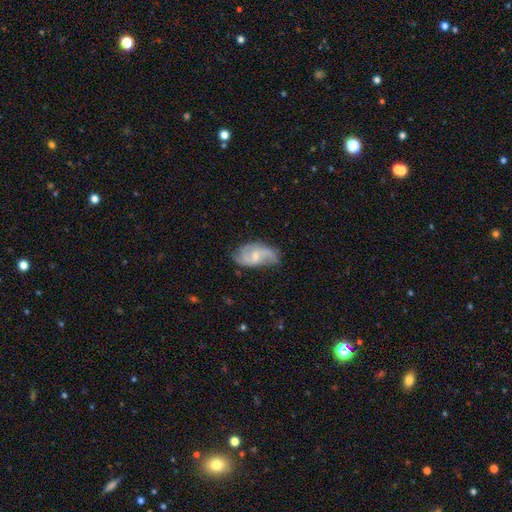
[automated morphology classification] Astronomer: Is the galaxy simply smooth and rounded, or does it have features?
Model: featured or disk — 74%.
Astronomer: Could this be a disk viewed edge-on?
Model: no — 96%.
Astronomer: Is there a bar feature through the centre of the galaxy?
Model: weak — 50% (runner-up: no, 40%).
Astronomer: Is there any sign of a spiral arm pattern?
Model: yes — 92%.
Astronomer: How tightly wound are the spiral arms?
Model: medium — 43% (runner-up: loose, 41%).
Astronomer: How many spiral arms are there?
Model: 2 — 66%.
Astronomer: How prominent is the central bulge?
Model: small — 48% (runner-up: moderate, 40%).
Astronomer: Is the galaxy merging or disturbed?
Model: none — 59%.